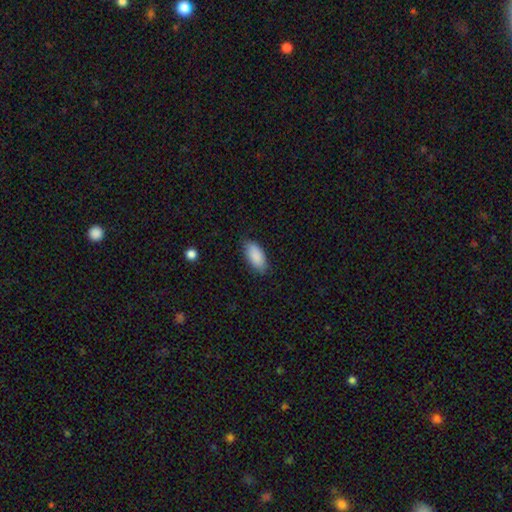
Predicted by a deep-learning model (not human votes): Smooth or featured?
  - smooth: 88% *
  - star or artifact: 6%
  - featured or disk: 5%
How rounded?
  - in between: 90% *
  - cigar-shaped: 8%
  - round: 2%
Merging?
  - none: 82% *
  - minor disturbance: 15%
  - major disturbance: 3%
  - merger: 1%